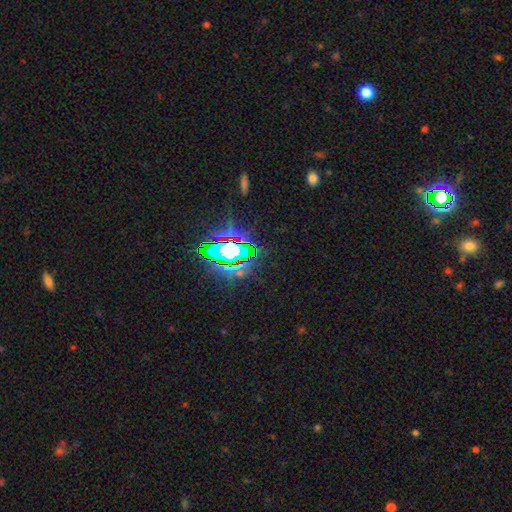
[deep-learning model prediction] This is likely a star or artifact rather than a galaxy (78%).